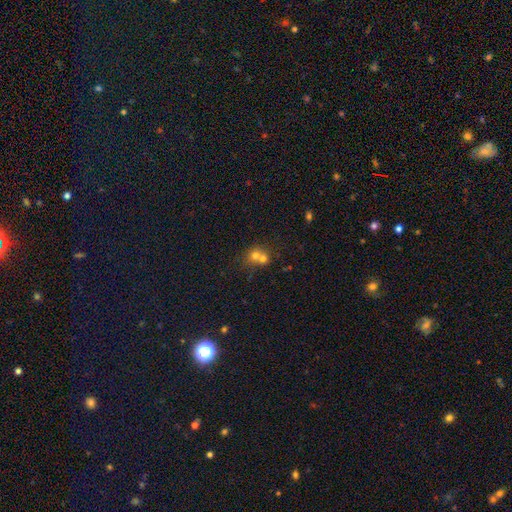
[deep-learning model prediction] smooth 68%, featured or disk 18%, star or artifact 15%. Down the decision tree: how rounded — round (78%); merging — merger (62%).